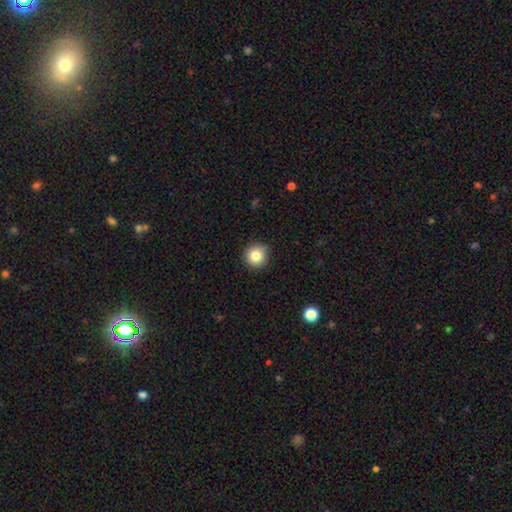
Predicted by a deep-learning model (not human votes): smooth_or_featured: smooth (p=0.82) [alt: star or artifact p=0.11]
how_rounded: round (p=0.95) [alt: in between p=0.04]
merging: none (p=0.89) [alt: minor disturbance p=0.08]